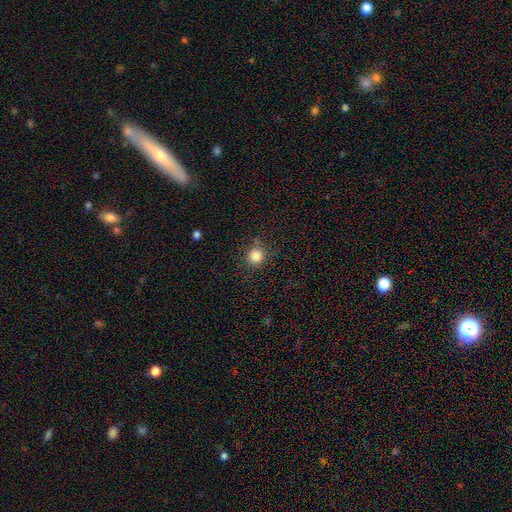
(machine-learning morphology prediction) Smooth or featured: smooth — 84% (star or artifact — 11%)
How rounded: round — 89% (in between — 10%)
Merging: none — 83% (minor disturbance — 11%)